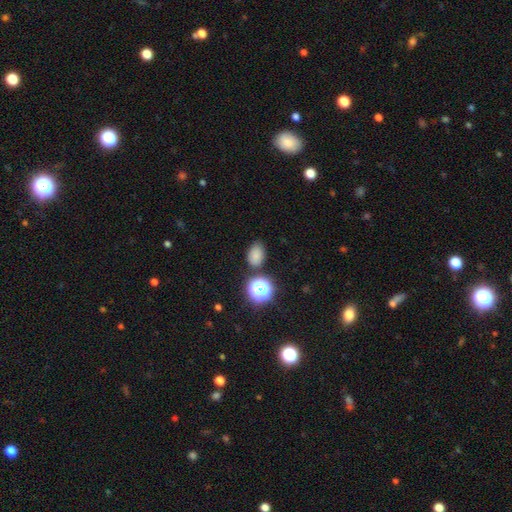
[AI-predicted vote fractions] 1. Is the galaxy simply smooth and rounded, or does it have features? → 78% smooth, 16% star or artifact, 6% featured or disk.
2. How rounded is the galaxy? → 76% in between, 22% round, 1% cigar-shaped.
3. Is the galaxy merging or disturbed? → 75% none, 15% minor disturbance, 6% merger, 4% major disturbance.